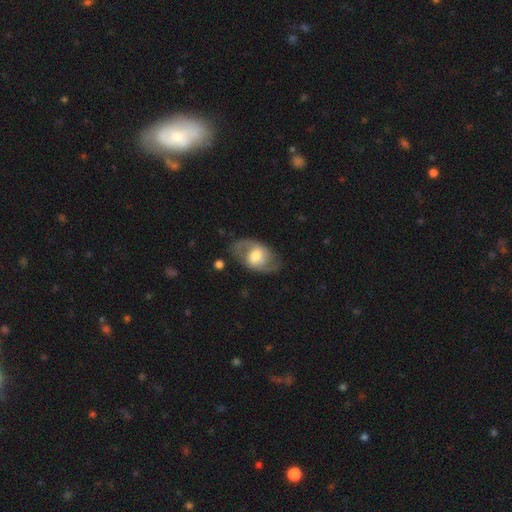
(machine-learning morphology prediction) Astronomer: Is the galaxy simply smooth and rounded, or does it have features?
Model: featured or disk — 68%.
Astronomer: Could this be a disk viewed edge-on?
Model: no — 94%.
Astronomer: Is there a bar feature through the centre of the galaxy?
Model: weak — 43% (runner-up: no, 39%).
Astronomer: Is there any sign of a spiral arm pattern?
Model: yes — 81%.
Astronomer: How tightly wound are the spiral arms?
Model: medium — 49% (runner-up: loose, 32%).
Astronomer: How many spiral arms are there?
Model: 2 — 87%.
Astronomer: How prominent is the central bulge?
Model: moderate — 57%.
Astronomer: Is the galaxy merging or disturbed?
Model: none — 75%.